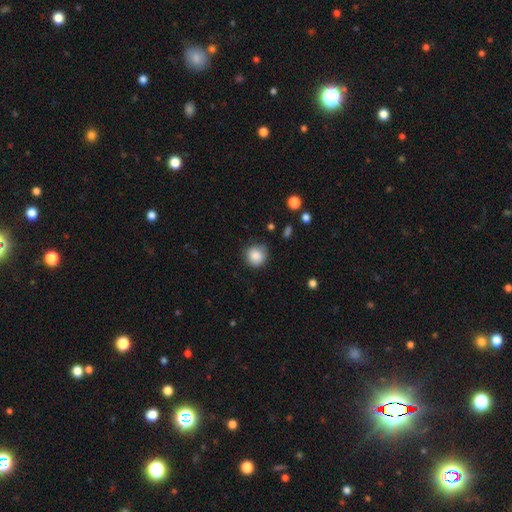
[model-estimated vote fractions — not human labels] This appears to be a smooth galaxy with no disk features (86%) that is round (90%). Merging: none (76%).